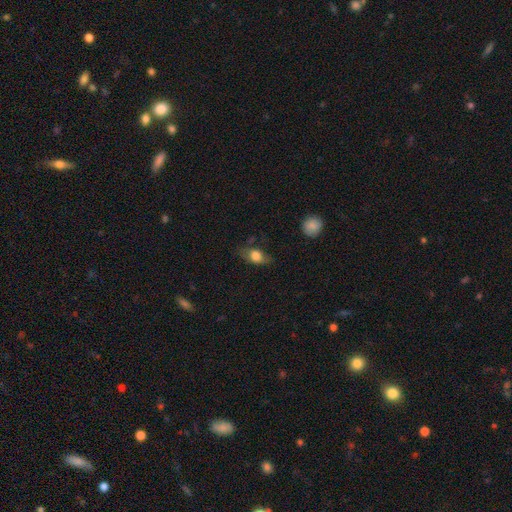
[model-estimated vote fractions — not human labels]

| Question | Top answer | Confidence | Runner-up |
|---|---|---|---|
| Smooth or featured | smooth | 71% | featured or disk (20%) |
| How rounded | in between | 78% | round (14%) |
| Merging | none | 63% | minor disturbance (25%) |